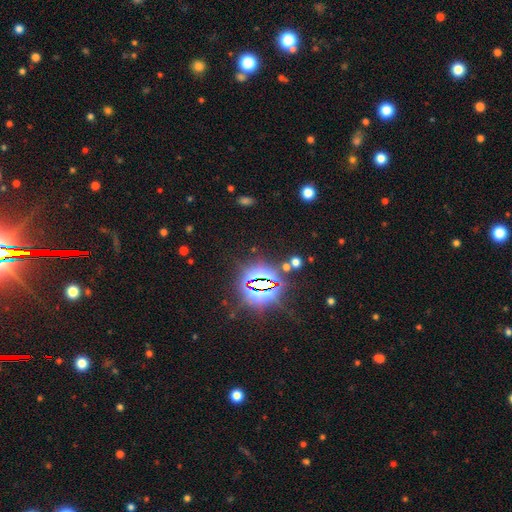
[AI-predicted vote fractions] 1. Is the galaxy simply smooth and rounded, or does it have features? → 84% star or artifact, 8% smooth, 7% featured or disk.